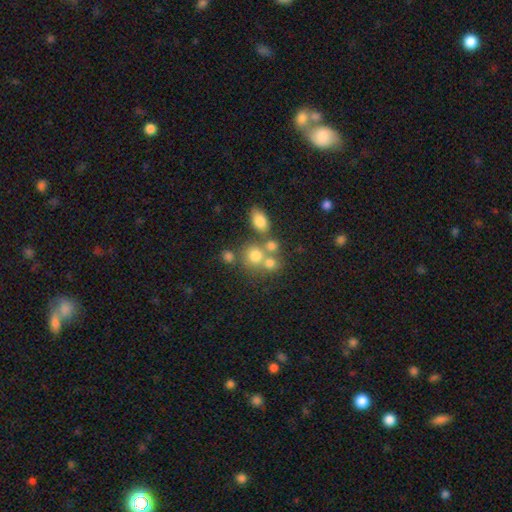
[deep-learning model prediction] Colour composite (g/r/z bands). It shows a smooth galaxy with no disk features (70%) that is round (74%). Merging: none (48%).